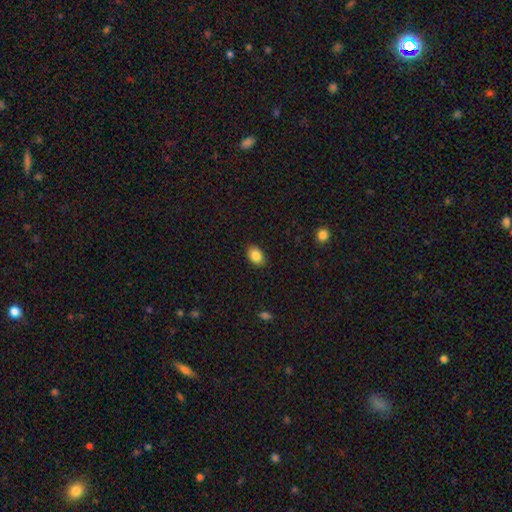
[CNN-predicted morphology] smooth-or-featured: smooth: 86% | star or artifact: 8% | featured or disk: 5%
  how-rounded: in between: 82% | round: 16% | cigar-shaped: 1%
  merging: none: 88% | minor disturbance: 9% | major disturbance: 2% | merger: 1%